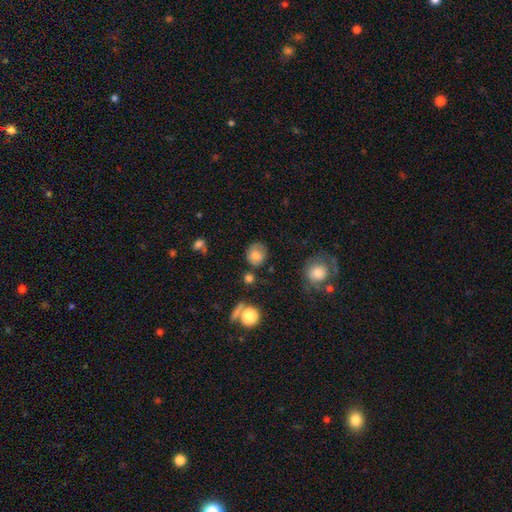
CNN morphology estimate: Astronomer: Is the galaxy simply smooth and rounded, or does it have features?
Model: smooth — 75%.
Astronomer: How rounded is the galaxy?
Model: round — 76%.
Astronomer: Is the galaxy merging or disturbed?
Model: none — 70%.